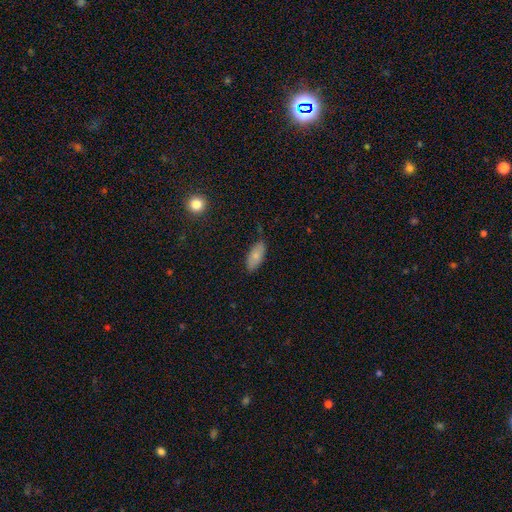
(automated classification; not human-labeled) This appears to be a smooth galaxy with no disk features (79%) that is in between round and cigar-shaped (88%). Merging: none (79%).